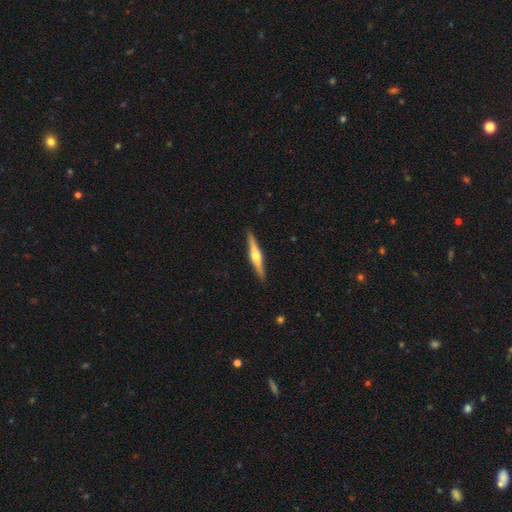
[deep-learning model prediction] Smooth or featured: featured or disk — 72% (smooth — 24%)
Edge-on disk: yes — 98% (no — 2%)
Edge-on bulge: rounded — 93% (boxy — 4%)
Merging: none — 91% (minor disturbance — 6%)